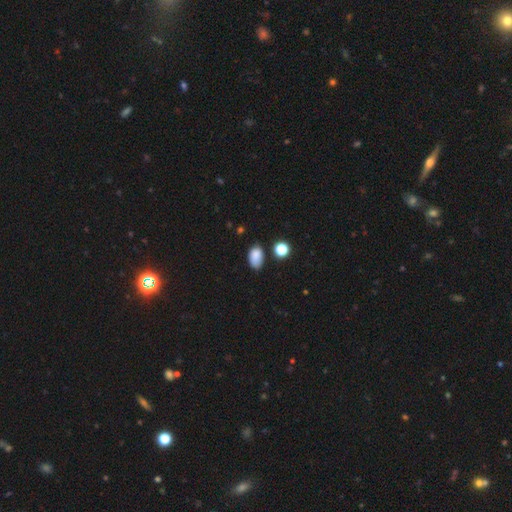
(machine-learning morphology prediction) smooth 84%, star or artifact 11%, featured or disk 5%. Down the decision tree: how rounded — in between (89%); merging — none (67%).